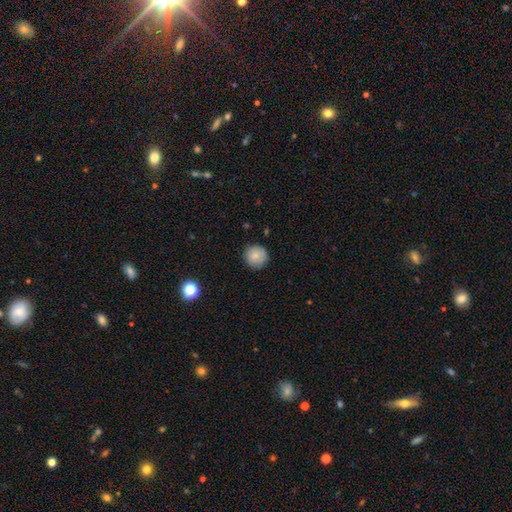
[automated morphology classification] A smooth galaxy with no disk features (84%) that is round (94%).

Vote fractions:
- Smooth or featured? smooth: 84% / star or artifact: 8% / featured or disk: 8%
- How rounded? round: 94% / in between: 5% / cigar-shaped: 1%
- Merging? none: 87% / minor disturbance: 10% / major disturbance: 2% / merger: 1%